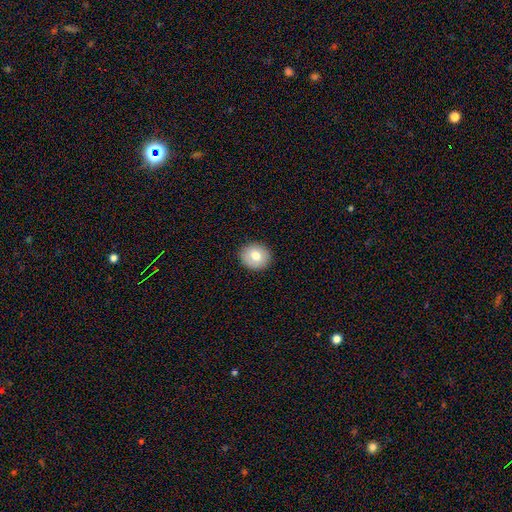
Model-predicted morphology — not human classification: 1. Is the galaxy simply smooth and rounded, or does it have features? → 77% smooth, 15% featured or disk, 8% star or artifact.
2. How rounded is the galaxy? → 78% round, 21% in between, 1% cigar-shaped.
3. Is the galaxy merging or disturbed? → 90% none, 7% minor disturbance, 2% major disturbance, 1% merger.